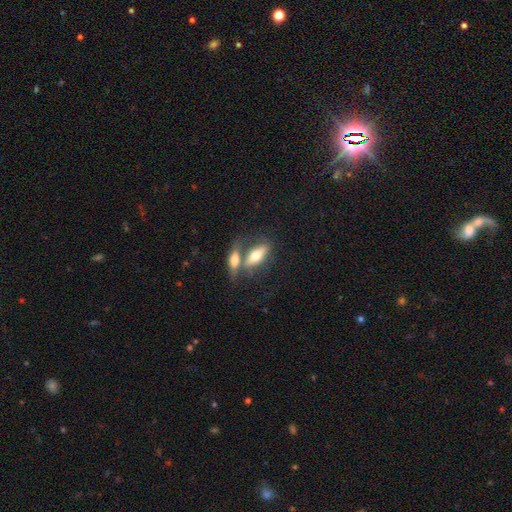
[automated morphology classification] A smooth galaxy with no disk features (58%) that is in between round and cigar-shaped (67%). Merging: merger (50%).